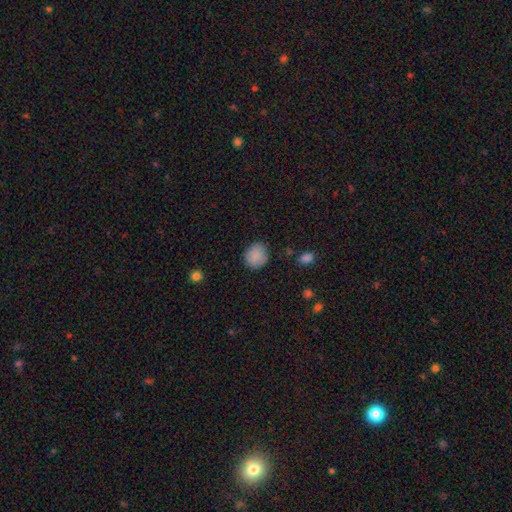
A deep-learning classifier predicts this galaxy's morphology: Smooth or featured? smooth (87%)
How rounded? round (79%)
Merging? none (83%)